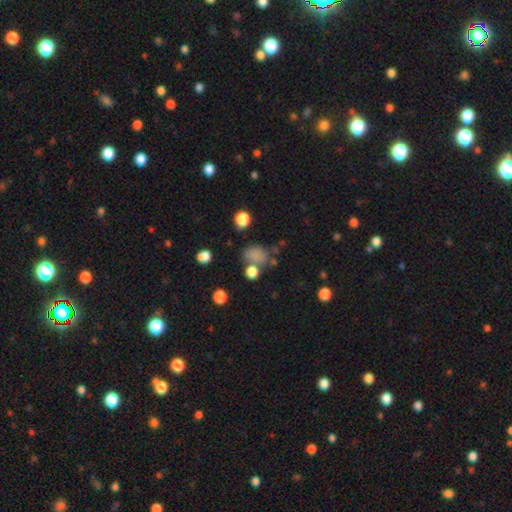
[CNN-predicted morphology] smooth-or-featured: smooth: 75% | star or artifact: 17% | featured or disk: 8%
  how-rounded: in between: 59% | round: 40% | cigar-shaped: 1%
  merging: none: 57% | minor disturbance: 19% | merger: 15% | major disturbance: 10%